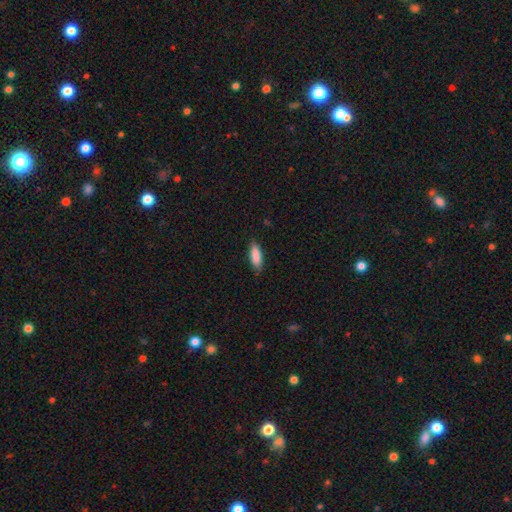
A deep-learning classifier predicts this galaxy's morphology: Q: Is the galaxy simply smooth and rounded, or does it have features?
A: smooth — 88%.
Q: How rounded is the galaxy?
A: in between — 62%.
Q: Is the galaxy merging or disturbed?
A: none — 82%.